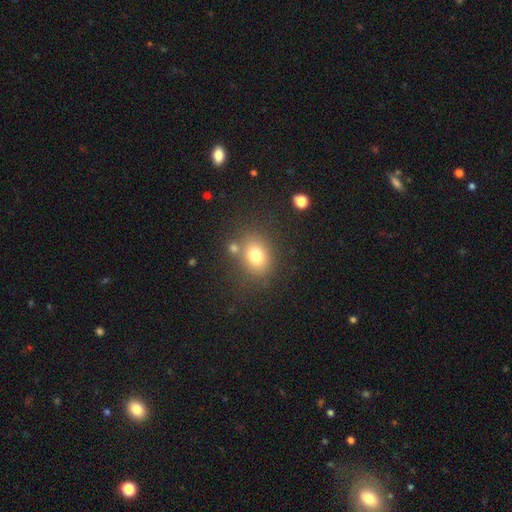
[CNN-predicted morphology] The model was most divided on "how rounded": in between: 53%, round: 46%, cigar-shaped: 1%. More confident: smooth or featured — smooth (76%); merging — none (72%).